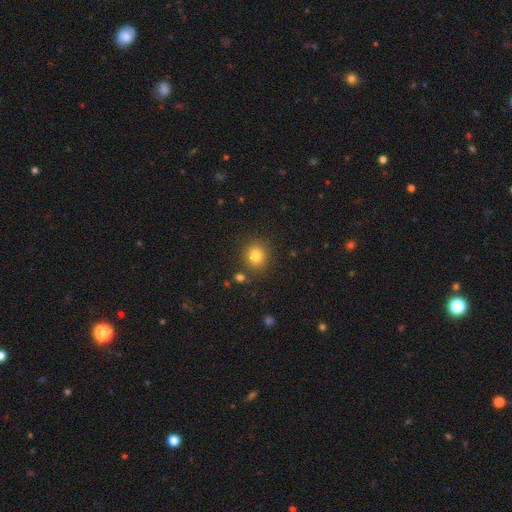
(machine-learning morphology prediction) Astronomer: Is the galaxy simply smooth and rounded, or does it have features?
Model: smooth — 81%.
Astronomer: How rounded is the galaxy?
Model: round — 85%.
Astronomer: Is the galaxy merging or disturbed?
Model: none — 85%.